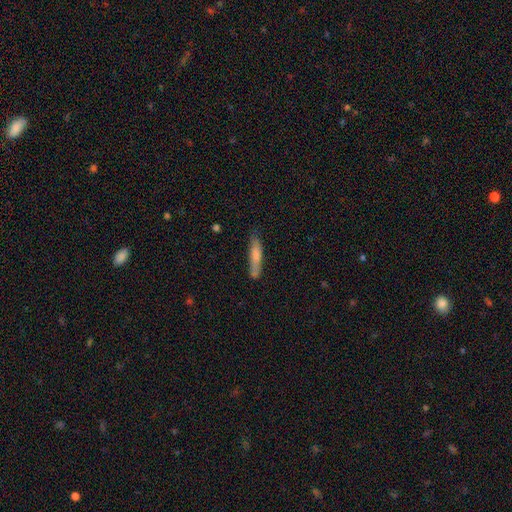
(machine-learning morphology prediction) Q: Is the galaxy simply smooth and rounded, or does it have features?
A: smooth — 72%.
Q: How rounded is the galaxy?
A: cigar-shaped — 87%.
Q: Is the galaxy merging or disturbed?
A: none — 73%.